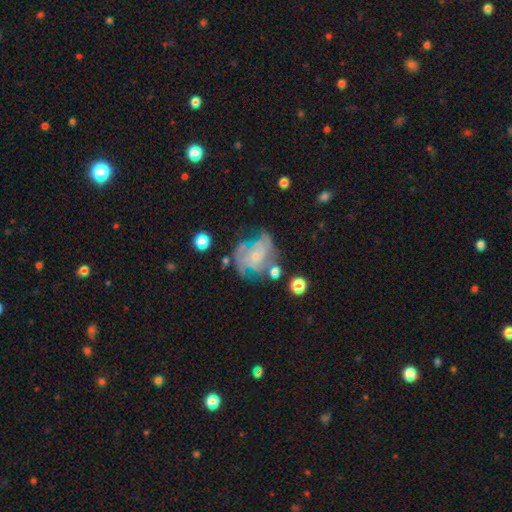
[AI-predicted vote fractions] Q: Smooth or featured?
A: featured or disk (78%); runner-up: smooth (14%)
Q: Edge-on disk?
A: no (98%); runner-up: yes (2%)
Q: Bar?
A: no (78%); runner-up: weak (19%)
Q: Spiral arms?
A: yes (83%); runner-up: no (17%)
Q: Spiral winding?
A: tight (52%); runner-up: medium (35%)
Q: Spiral arm count?
A: can't tell (41%); runner-up: 2 (19%)
Q: Bulge size?
A: small (75%); runner-up: moderate (16%)
Q: Merging?
A: none (46%); runner-up: minor disturbance (24%)